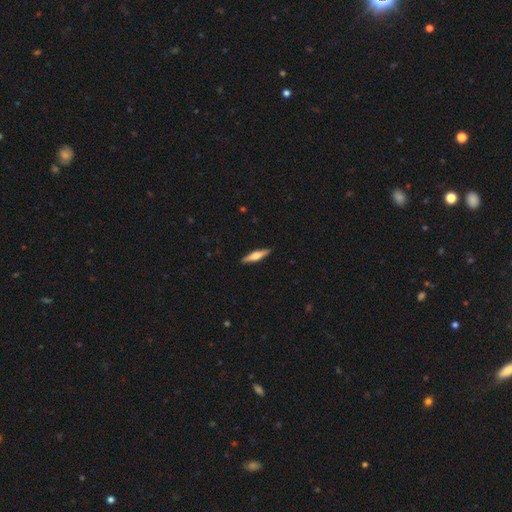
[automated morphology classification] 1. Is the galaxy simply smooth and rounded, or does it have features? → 51% featured or disk, 43% smooth, 5% star or artifact.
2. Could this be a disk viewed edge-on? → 96% yes, 4% no.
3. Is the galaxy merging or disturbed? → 91% none, 7% minor disturbance, 1% major disturbance, 1% merger.